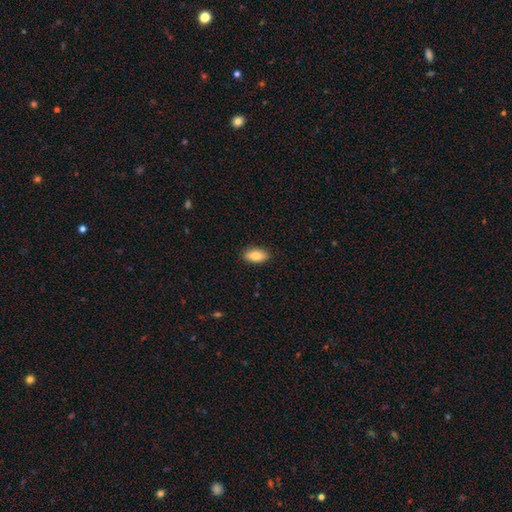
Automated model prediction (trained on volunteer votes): smooth 85%, featured or disk 9%, star or artifact 6%. Down the decision tree: how rounded — in between (90%); merging — none (89%).